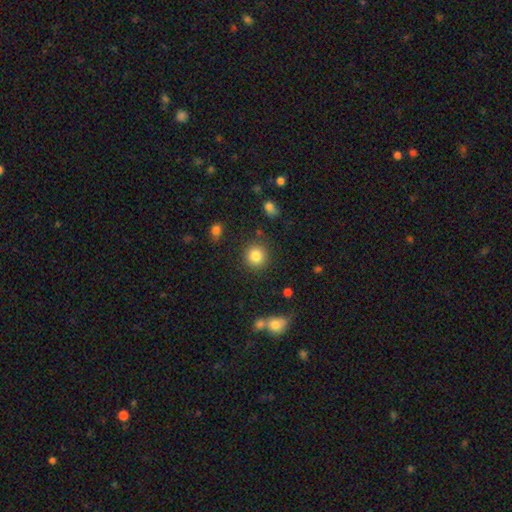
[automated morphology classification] Overall: smooth (84%). How rounded: round (91%). Merging: none (87%).